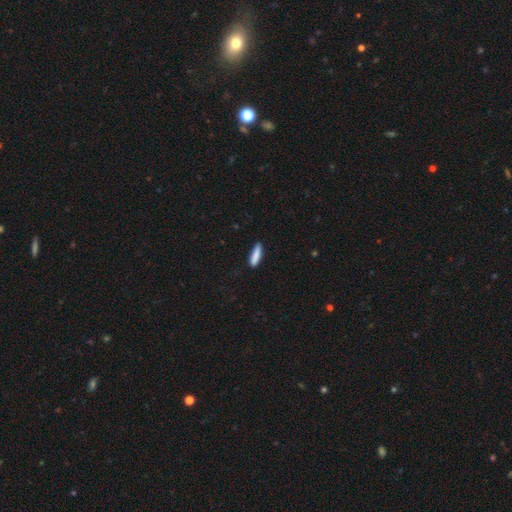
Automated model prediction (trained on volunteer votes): A smooth galaxy with no disk features (87%) that is cigar-shaped (74%).

Vote fractions:
- Smooth or featured? smooth: 87% / featured or disk: 7% / star or artifact: 6%
- How rounded? cigar-shaped: 74% / in between: 24% / round: 1%
- Merging? none: 86% / minor disturbance: 11% / major disturbance: 2% / merger: 1%